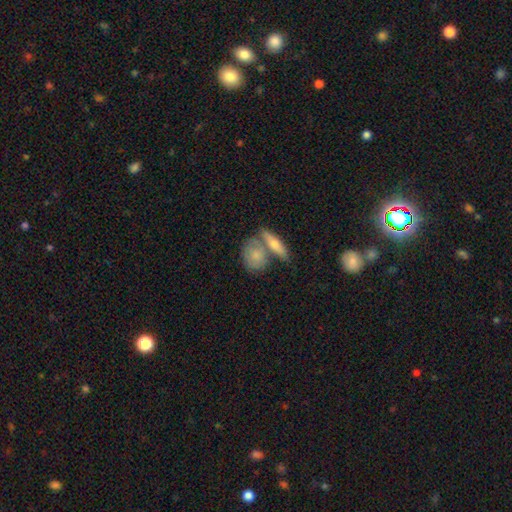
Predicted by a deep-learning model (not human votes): Smooth or featured? Predicted: smooth (p=0.65). How rounded? Predicted: in between (p=0.56). Merging? Predicted: none (p=0.43).